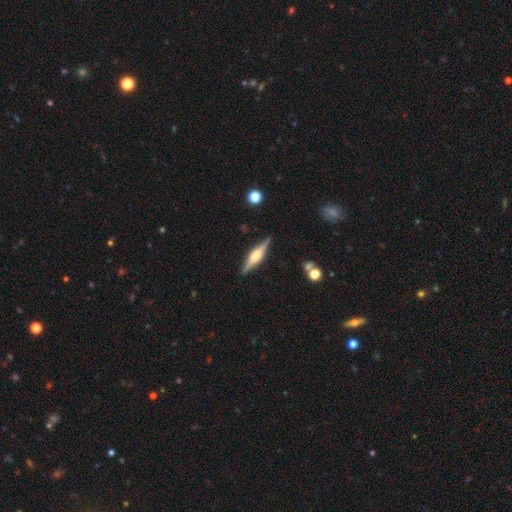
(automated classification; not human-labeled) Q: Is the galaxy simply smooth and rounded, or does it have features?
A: featured or disk — 76%.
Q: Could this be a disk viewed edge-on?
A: yes — 97%.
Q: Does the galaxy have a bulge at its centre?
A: rounded — 88%.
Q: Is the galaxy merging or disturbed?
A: none — 89%.